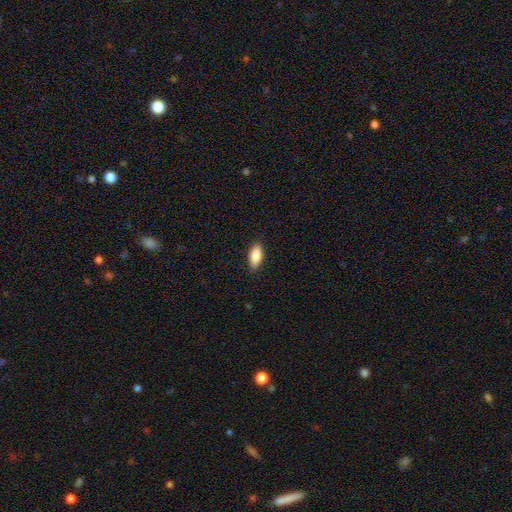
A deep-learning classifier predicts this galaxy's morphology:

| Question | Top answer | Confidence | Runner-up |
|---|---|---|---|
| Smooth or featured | smooth | 88% | star or artifact (7%) |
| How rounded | in between | 89% | cigar-shaped (9%) |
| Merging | none | 87% | minor disturbance (10%) |